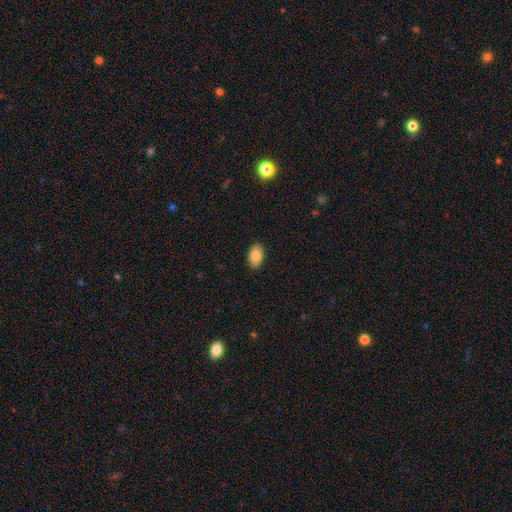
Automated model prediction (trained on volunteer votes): smooth-or-featured: smooth: 86% | star or artifact: 7% | featured or disk: 7%
  how-rounded: in between: 93% | round: 5% | cigar-shaped: 1%
  merging: none: 89% | minor disturbance: 8% | major disturbance: 2% | merger: 1%